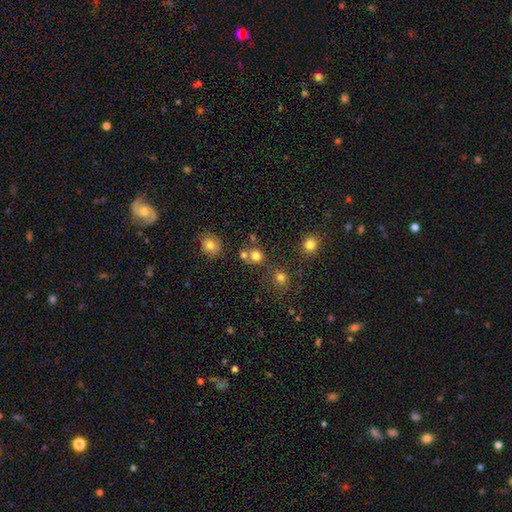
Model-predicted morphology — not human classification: smooth_or_featured: smooth (p=0.76) [alt: star or artifact p=0.16]
how_rounded: round (p=0.85) [alt: in between p=0.14]
merging: none (p=0.61) [alt: merger p=0.26]